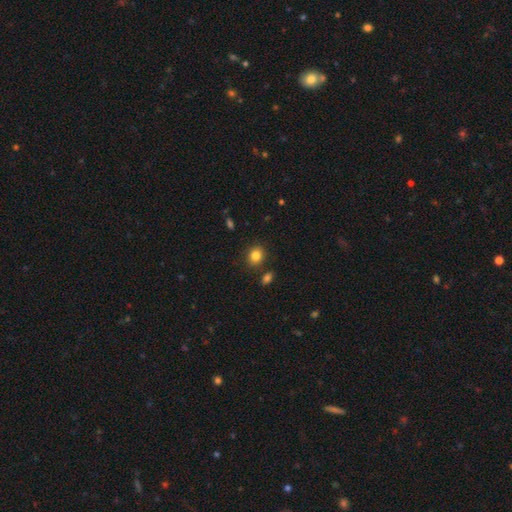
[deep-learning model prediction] A smooth galaxy with no disk features (84%) that is round (71%).

Vote fractions:
- Smooth or featured? smooth: 84% / star or artifact: 11% / featured or disk: 6%
- How rounded? round: 71% / in between: 28% / cigar-shaped: 1%
- Merging? none: 84% / minor disturbance: 9% / merger: 5% / major disturbance: 3%